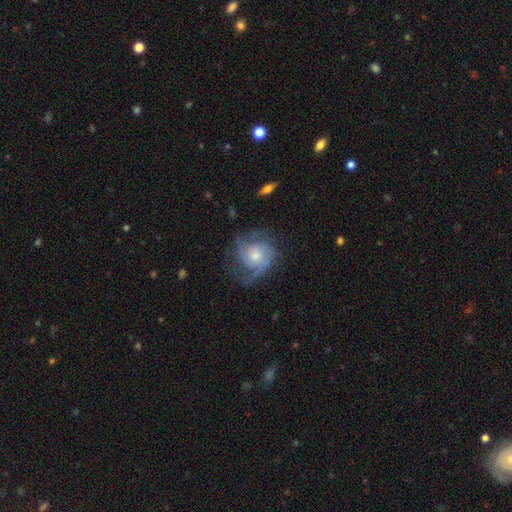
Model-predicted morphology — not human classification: A featured or disk galaxy (74%) with no bar (76%), 2 (41%) tight (43%) spiral arms (93%) and a moderate central bulge (46%).

Vote fractions:
- Smooth or featured? featured or disk: 74% / smooth: 20% / star or artifact: 6%
- Edge-on disk? no: 98% / yes: 2%
- Bar? no: 76% / weak: 21% / strong: 3%
- Spiral arms? yes: 93% / no: 7%
- Spiral winding? tight: 43% / medium: 40% / loose: 17%
- Spiral arm count? 2: 41% / can't tell: 23% / 3: 20% / 1: 7% / 4: 5% / more than 4: 4%
- Bulge size? moderate: 46% / small: 41% / large: 7% / none: 4% / dominant: 1%
- Merging? none: 64% / minor disturbance: 20% / major disturbance: 15% / merger: 1%